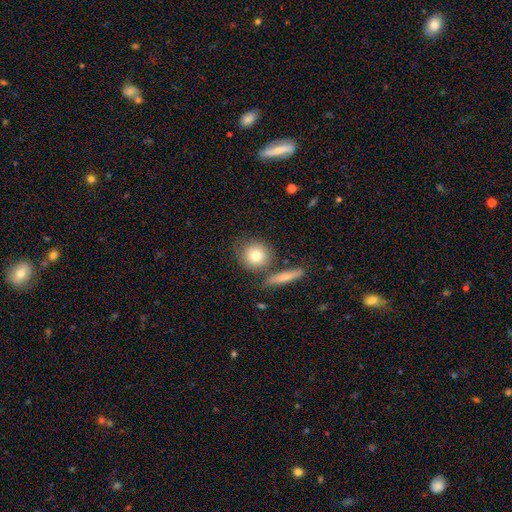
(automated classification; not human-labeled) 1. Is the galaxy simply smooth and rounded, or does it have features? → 80% smooth, 12% featured or disk, 7% star or artifact.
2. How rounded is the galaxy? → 84% round, 14% in between, 3% cigar-shaped.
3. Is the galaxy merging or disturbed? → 67% none, 17% merger, 12% minor disturbance, 4% major disturbance.